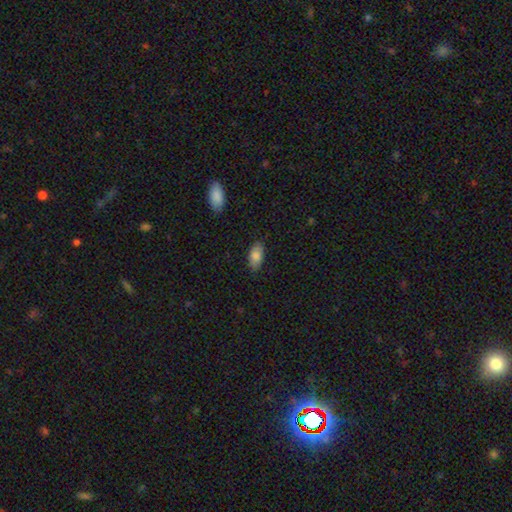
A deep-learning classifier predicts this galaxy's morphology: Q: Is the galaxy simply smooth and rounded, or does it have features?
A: smooth — 82%.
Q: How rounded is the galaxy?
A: in between — 92%.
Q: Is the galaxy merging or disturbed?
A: none — 81%.